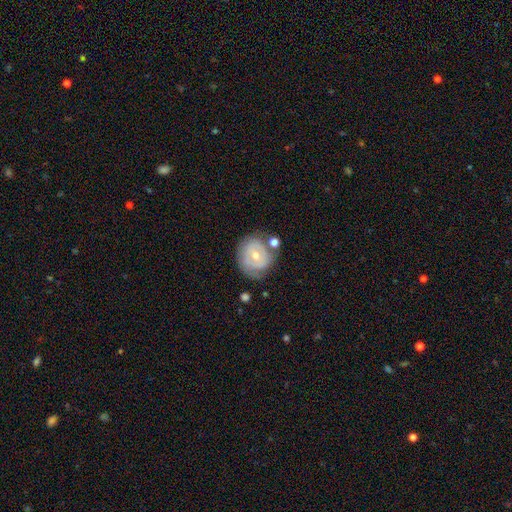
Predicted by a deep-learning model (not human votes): Smooth or featured?
  - featured or disk: 57% *
  - smooth: 36%
  - star or artifact: 7%
Edge-on disk?
  - no: 96% *
  - yes: 4%
Bar?
  - no: 62% *
  - weak: 31%
  - strong: 7%
Spiral arms?
  - yes: 60% *
  - no: 40%
Bulge size?
  - moderate: 55% *
  - small: 41%
  - large: 2%
  - none: 1%
  - dominant: 1%
Merging?
  - none: 59% *
  - minor disturbance: 23%
  - major disturbance: 9%
  - merger: 9%